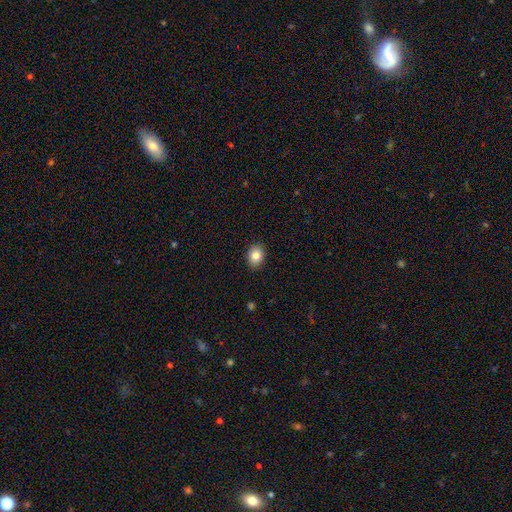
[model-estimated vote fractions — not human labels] smooth_or_featured: smooth (p=0.84) [alt: star or artifact p=0.09]
how_rounded: in between (p=0.54) [alt: round p=0.45]
merging: none (p=0.90) [alt: minor disturbance p=0.08]